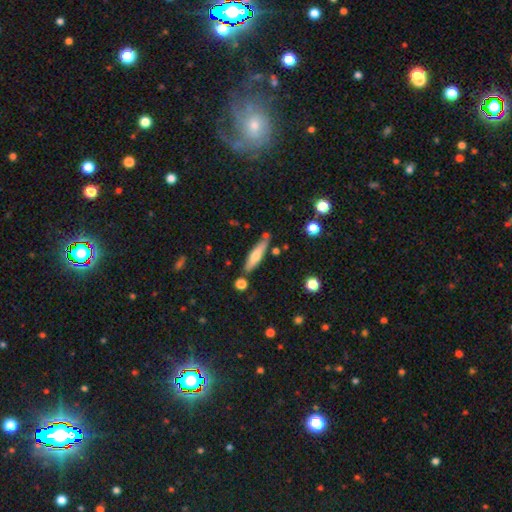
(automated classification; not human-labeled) Overall: smooth (60%; featured or disk 34%). How rounded: cigar-shaped (77%). Merging: none (78%).